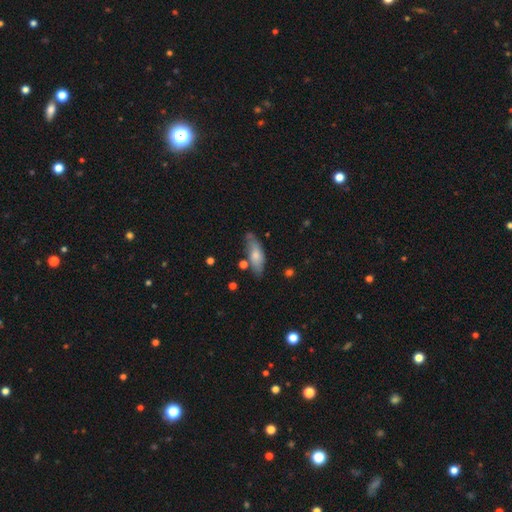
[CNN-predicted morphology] This is likely a smooth galaxy (69%). How rounded: likely in between (69%). Merging: likely none (63%).